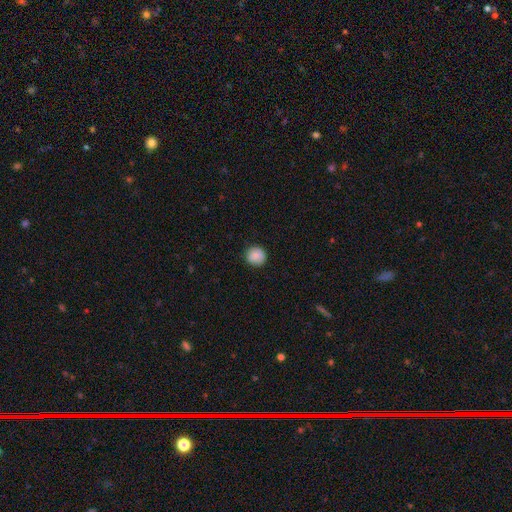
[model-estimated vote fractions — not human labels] Smooth or featured?
  - smooth: 86% *
  - star or artifact: 8%
  - featured or disk: 6%
How rounded?
  - round: 93% *
  - in between: 6%
  - cigar-shaped: 1%
Merging?
  - none: 88% *
  - minor disturbance: 9%
  - major disturbance: 2%
  - merger: 1%